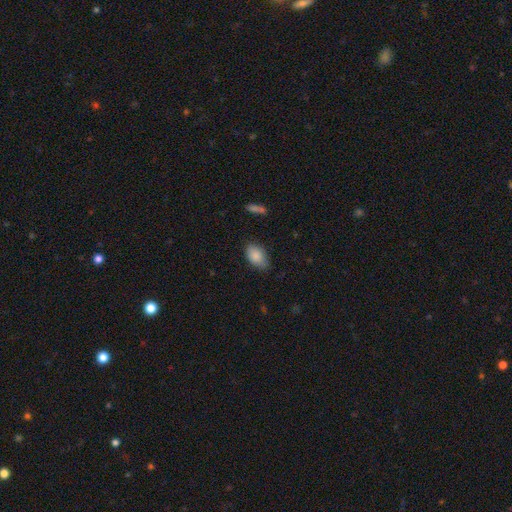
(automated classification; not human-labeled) Smooth or featured: smooth — 87% (star or artifact — 7%)
How rounded: in between — 90% (round — 9%)
Merging: none — 73% (minor disturbance — 22%)